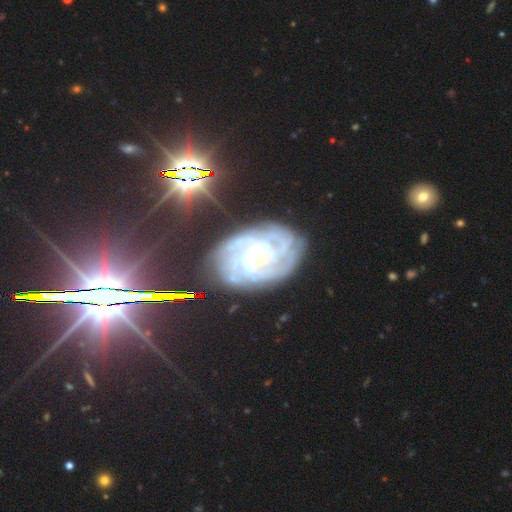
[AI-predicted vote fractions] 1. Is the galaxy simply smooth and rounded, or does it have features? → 82% featured or disk, 10% star or artifact, 7% smooth.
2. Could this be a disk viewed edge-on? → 96% no, 4% yes.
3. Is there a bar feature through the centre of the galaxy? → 73% no, 20% weak, 7% strong.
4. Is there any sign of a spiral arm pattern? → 96% yes, 4% no.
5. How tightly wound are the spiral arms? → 77% tight, 18% medium, 4% loose.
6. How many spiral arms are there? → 31% can't tell, 23% more than 4, 19% 4, 12% 3, 9% 2, 6% 1.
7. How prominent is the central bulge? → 68% small, 28% moderate, 2% large, 1% none, 1% dominant.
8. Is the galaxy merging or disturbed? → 77% none, 16% minor disturbance, 6% major disturbance, 2% merger.